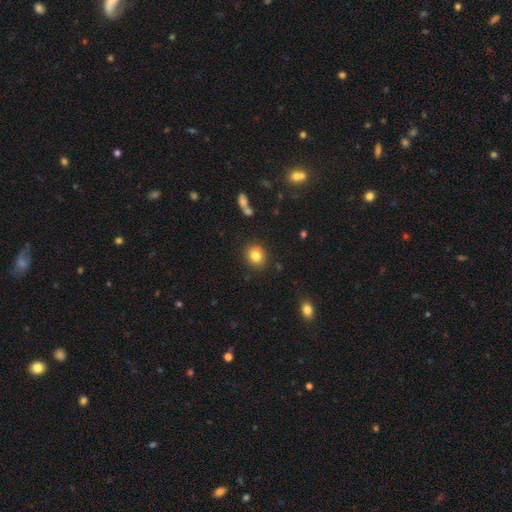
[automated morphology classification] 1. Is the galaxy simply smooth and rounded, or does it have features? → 82% smooth, 10% star or artifact, 7% featured or disk.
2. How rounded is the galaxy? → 81% round, 18% in between, 1% cigar-shaped.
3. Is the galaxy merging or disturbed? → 88% none, 7% minor disturbance, 2% major disturbance, 2% merger.